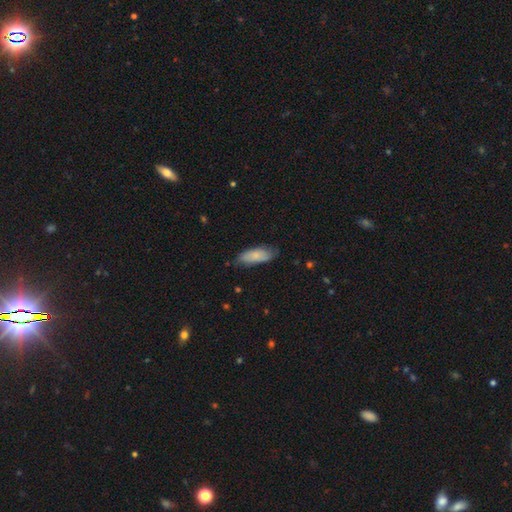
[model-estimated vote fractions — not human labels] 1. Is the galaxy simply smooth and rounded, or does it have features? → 78% smooth, 16% featured or disk, 6% star or artifact.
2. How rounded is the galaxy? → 76% in between, 23% cigar-shaped, 2% round.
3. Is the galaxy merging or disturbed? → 70% none, 24% minor disturbance, 4% major disturbance, 1% merger.